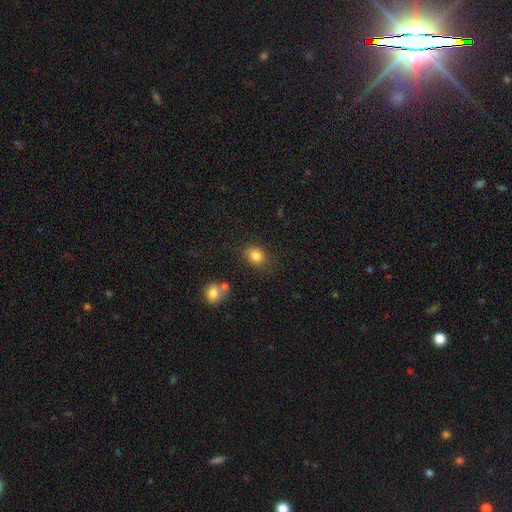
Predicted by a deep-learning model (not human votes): This is clearly a smooth galaxy (83%). How rounded: possibly in between (51%). Merging: likely none (78%).